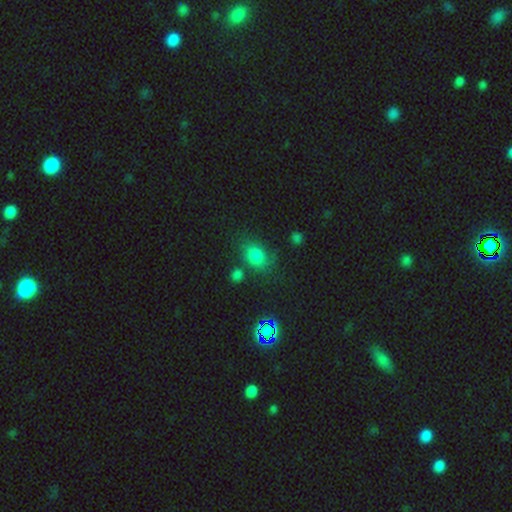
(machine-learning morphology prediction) Smooth or featured?
  - smooth: 74% *
  - star or artifact: 18%
  - featured or disk: 8%
How rounded?
  - in between: 51% *
  - round: 47%
  - cigar-shaped: 2%
Merging?
  - none: 64% *
  - minor disturbance: 20%
  - major disturbance: 8%
  - merger: 8%